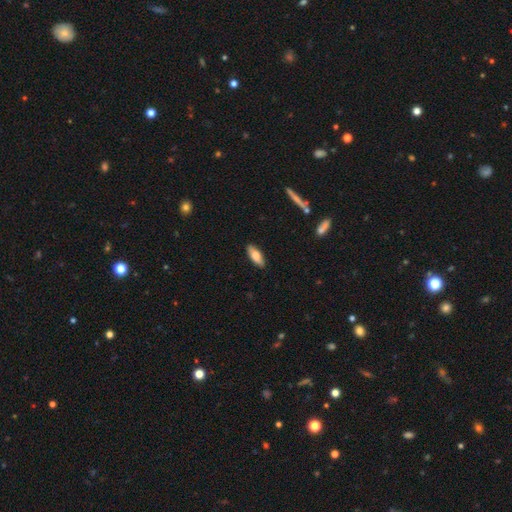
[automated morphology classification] Q: Smooth or featured?
A: smooth (75%); runner-up: featured or disk (19%)
Q: How rounded?
A: in between (75%); runner-up: cigar-shaped (23%)
Q: Merging?
A: none (89%); runner-up: minor disturbance (9%)